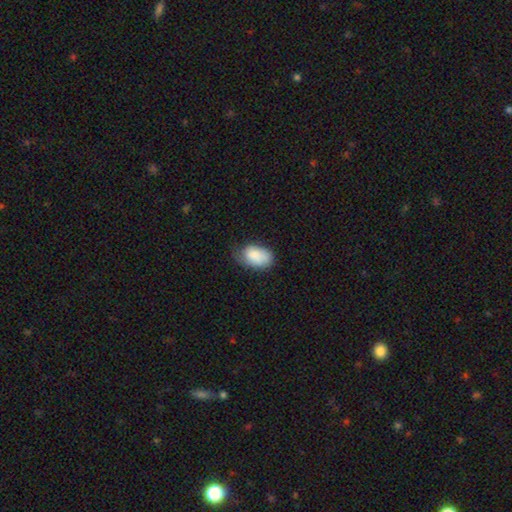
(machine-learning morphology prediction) This is clearly a smooth galaxy (85%). How rounded: clearly in between (90%). Merging: possibly none (52%).